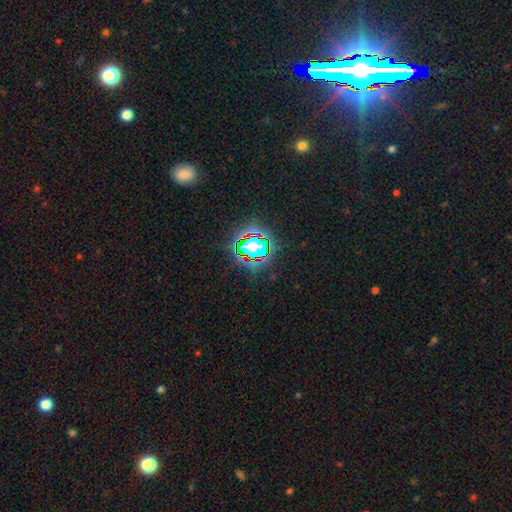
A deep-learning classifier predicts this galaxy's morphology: type=star or artifact (80%).